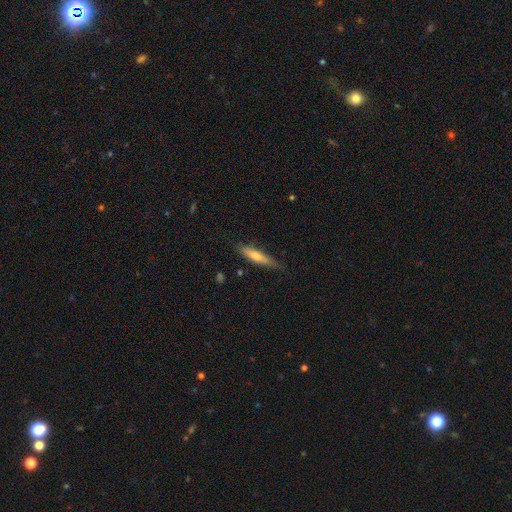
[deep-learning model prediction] Q: Smooth or featured?
A: smooth (60%); runner-up: featured or disk (33%)
Q: How rounded?
A: cigar-shaped (86%); runner-up: in between (13%)
Q: Merging?
A: none (78%); runner-up: minor disturbance (17%)